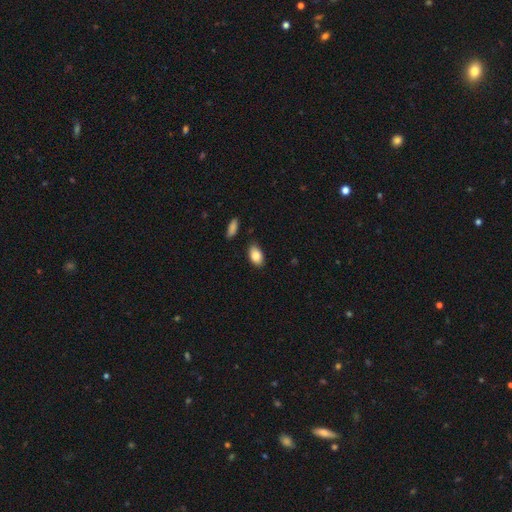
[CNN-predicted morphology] smooth-or-featured: smooth: 84% | featured or disk: 9% | star or artifact: 7%
  how-rounded: in between: 92% | round: 6% | cigar-shaped: 2%
  merging: none: 84% | minor disturbance: 11% | major disturbance: 2% | merger: 2%